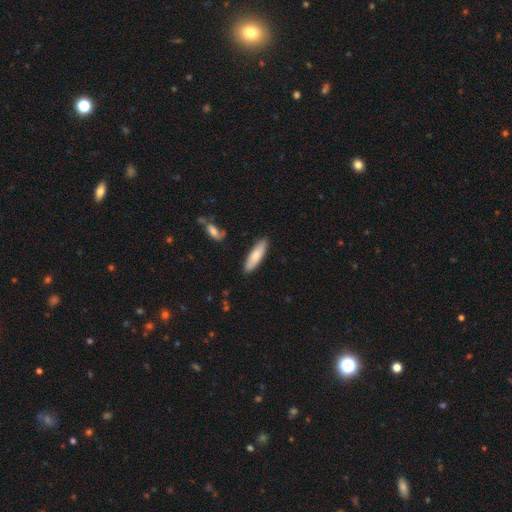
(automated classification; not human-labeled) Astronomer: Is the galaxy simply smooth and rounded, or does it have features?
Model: smooth — 77%.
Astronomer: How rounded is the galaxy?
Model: cigar-shaped — 60% (runner-up: in between, 38%).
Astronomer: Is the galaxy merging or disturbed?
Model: none — 86%.